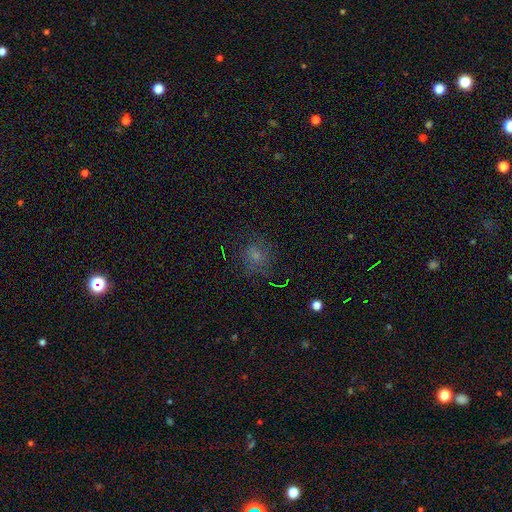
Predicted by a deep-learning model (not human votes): smooth_or_featured: smooth (p=0.59) [alt: star or artifact p=0.23]
how_rounded: round (p=0.74) [alt: in between p=0.25]
merging: none (p=0.66) [alt: minor disturbance p=0.19]